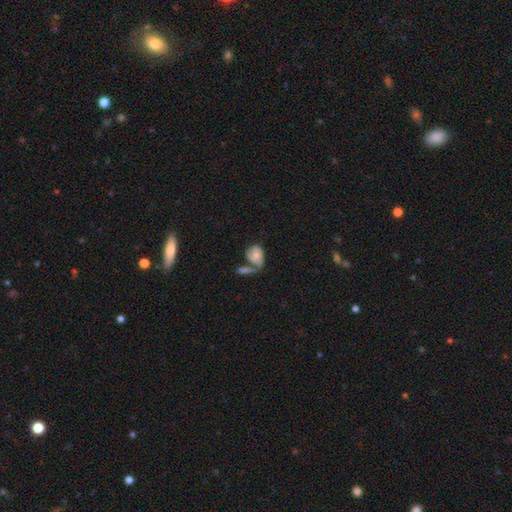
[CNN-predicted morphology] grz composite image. It shows a smooth galaxy with no disk features (49%). Merging: merger (41%).